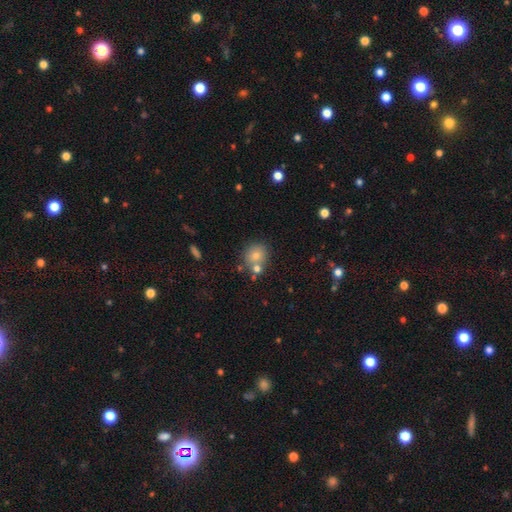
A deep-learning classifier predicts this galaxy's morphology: smooth 75%, featured or disk 13%, star or artifact 13%. Down the decision tree: how rounded — round (83%); merging — none (63%).